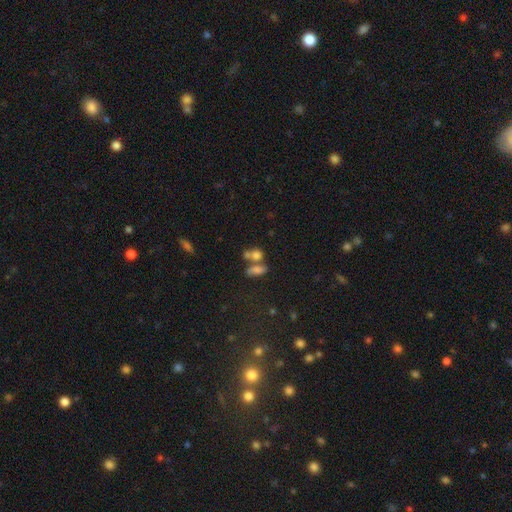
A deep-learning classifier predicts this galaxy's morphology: A smooth galaxy with no disk features (70%) that is in between round and cigar-shaped (61%). Merging: merger (49%).